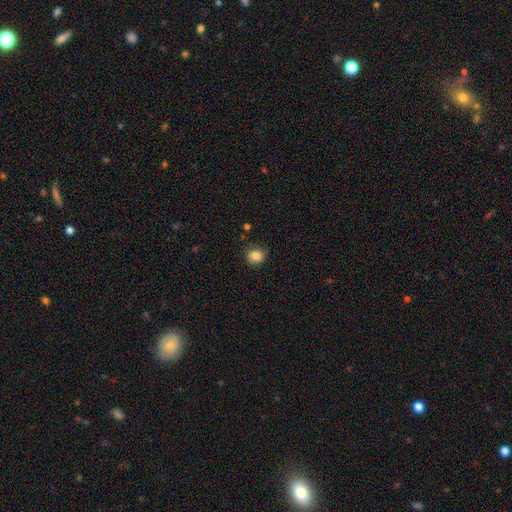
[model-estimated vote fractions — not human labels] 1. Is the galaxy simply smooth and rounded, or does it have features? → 84% smooth, 10% star or artifact, 6% featured or disk.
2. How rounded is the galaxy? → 85% round, 14% in between, 1% cigar-shaped.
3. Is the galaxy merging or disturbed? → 87% none, 10% minor disturbance, 2% major disturbance, 1% merger.